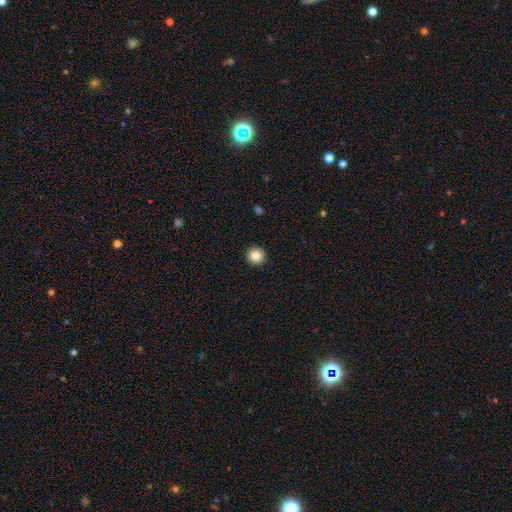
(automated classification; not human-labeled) The model was most divided on "smooth or featured": smooth: 84%, star or artifact: 10%, featured or disk: 6%. More confident: how rounded — round (96%); merging — none (94%).